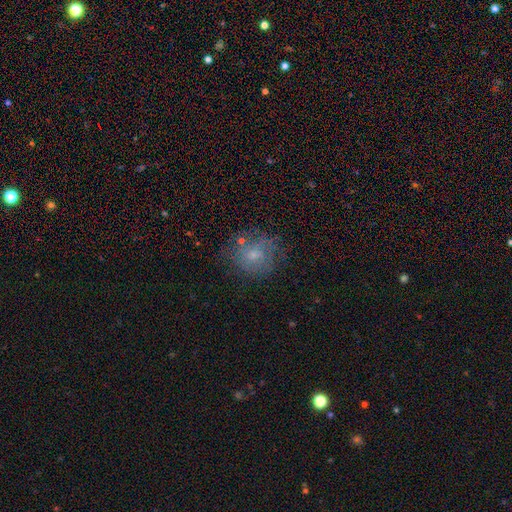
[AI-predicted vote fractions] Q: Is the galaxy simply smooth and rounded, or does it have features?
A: smooth — 55%.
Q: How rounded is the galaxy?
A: round — 80%.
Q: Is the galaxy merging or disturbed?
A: none — 66%.